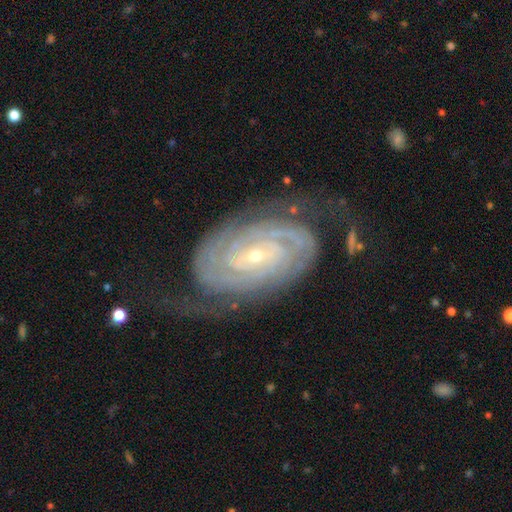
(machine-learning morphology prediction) smooth-or-featured: featured or disk: 91% | star or artifact: 5% | smooth: 4%
  disk-edge-on: no: 96% | yes: 4%
    bar: no: 56% | weak: 30% | strong: 15%
    has-spiral-arms: yes: 98% | no: 2%
      spiral-winding: tight: 79% | medium: 17% | loose: 3%
      spiral-arm-count: 2: 53% | can't tell: 16% | 3: 12% | 4: 8% | more than 4: 6% | 1: 5%
    bulge-size: small: 77% | moderate: 20% | large: 1% | none: 1% | dominant: 1%
  merging: none: 69% | minor disturbance: 18% | major disturbance: 12% | merger: 2%